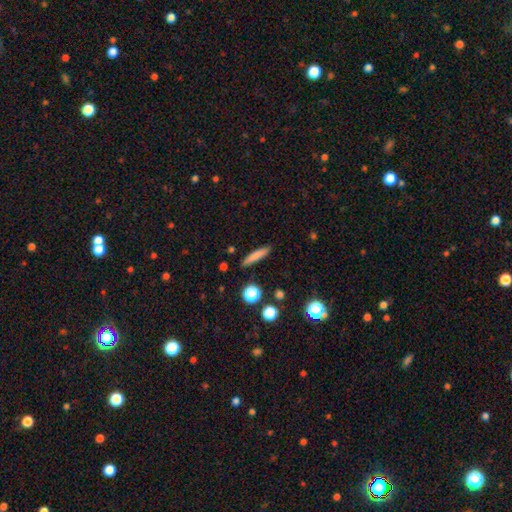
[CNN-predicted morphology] The model was most divided on "smooth or featured": smooth: 77%, featured or disk: 14%, star or artifact: 9%. More confident: merging — none (87%); how rounded — cigar-shaped (85%).